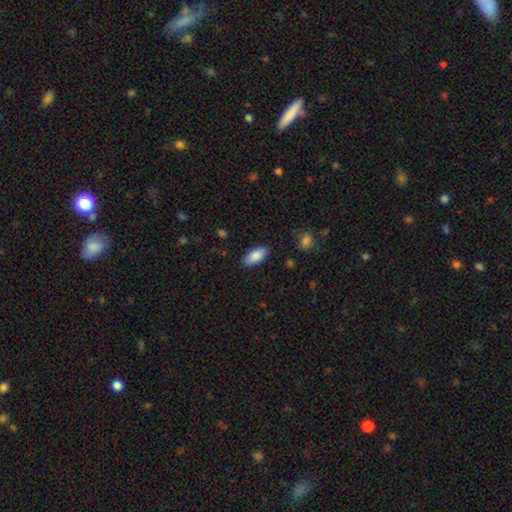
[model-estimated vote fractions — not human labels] Smooth or featured?
  - smooth: 87% *
  - featured or disk: 6%
  - star or artifact: 6%
How rounded?
  - in between: 87% *
  - cigar-shaped: 11%
  - round: 2%
Merging?
  - none: 86% *
  - minor disturbance: 10%
  - major disturbance: 2%
  - merger: 1%